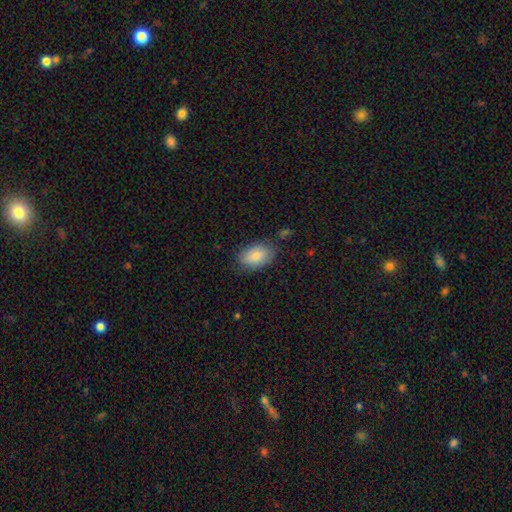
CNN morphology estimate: Smooth or featured? smooth (83%)
How rounded? in between (90%)
Merging? none (74%)